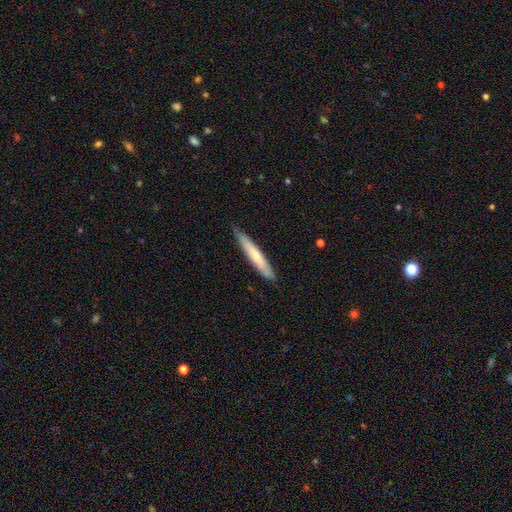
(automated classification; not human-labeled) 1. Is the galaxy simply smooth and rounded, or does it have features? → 62% smooth, 33% featured or disk, 5% star or artifact.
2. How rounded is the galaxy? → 94% cigar-shaped, 5% in between, 1% round.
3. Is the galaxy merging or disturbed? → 83% none, 14% minor disturbance, 2% major disturbance, 1% merger.